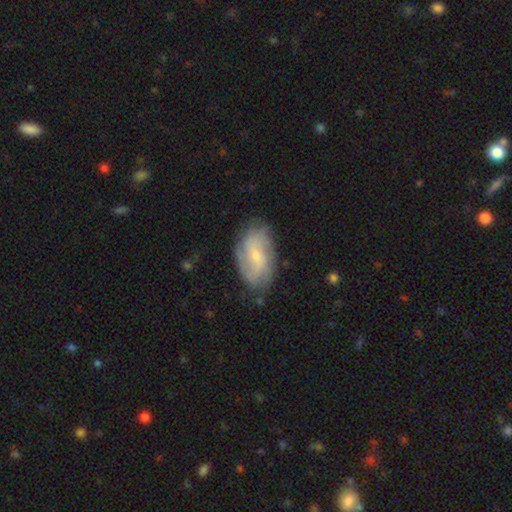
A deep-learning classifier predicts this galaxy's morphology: A featured or disk galaxy (68%) with no bar (47%), 2 (53%) medium (43%) spiral arms (89%) and a small central bulge (69%).

Vote fractions:
- Smooth or featured? featured or disk: 68% / smooth: 26% / star or artifact: 6%
- Edge-on disk? no: 96% / yes: 4%
- Bar? no: 47% / weak: 43% / strong: 10%
- Spiral arms? yes: 89% / no: 11%
- Spiral winding? medium: 43% / tight: 31% / loose: 26%
- Spiral arm count? 2: 53% / can't tell: 25% / 3: 11% / 4: 4% / 1: 4% / more than 4: 3%
- Bulge size? small: 69% / moderate: 25% / none: 4% / large: 1% / dominant: 1%
- Merging? none: 72% / minor disturbance: 21% / major disturbance: 6% / merger: 2%